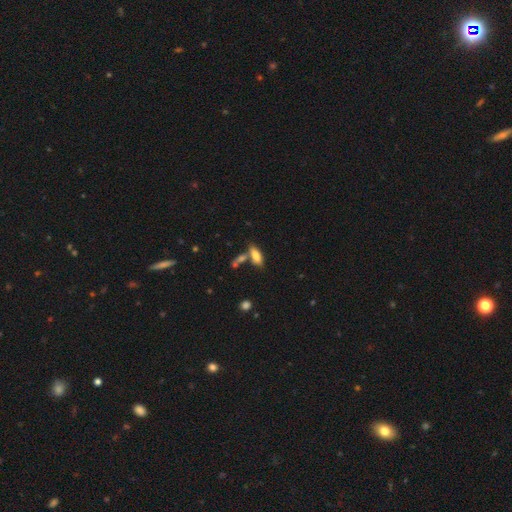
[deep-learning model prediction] Smooth or featured? smooth (76%)
How rounded? in between (75%)
Merging? none (55%)